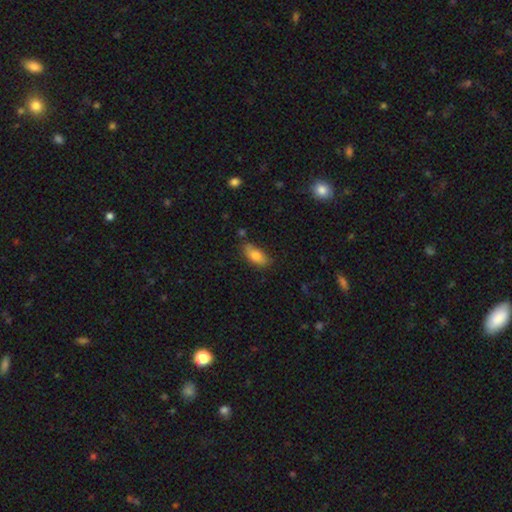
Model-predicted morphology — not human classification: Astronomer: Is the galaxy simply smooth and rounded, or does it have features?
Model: smooth — 80%.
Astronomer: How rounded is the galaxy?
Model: in between — 85%.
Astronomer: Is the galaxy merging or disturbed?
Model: none — 69%.